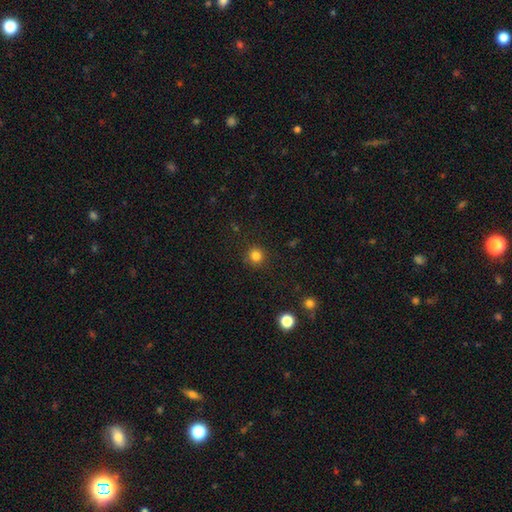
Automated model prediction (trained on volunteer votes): Smooth or featured?
  - smooth: 82% *
  - star or artifact: 13%
  - featured or disk: 4%
How rounded?
  - round: 93% *
  - in between: 6%
  - cigar-shaped: 1%
Merging?
  - none: 90% *
  - minor disturbance: 7%
  - major disturbance: 2%
  - merger: 1%